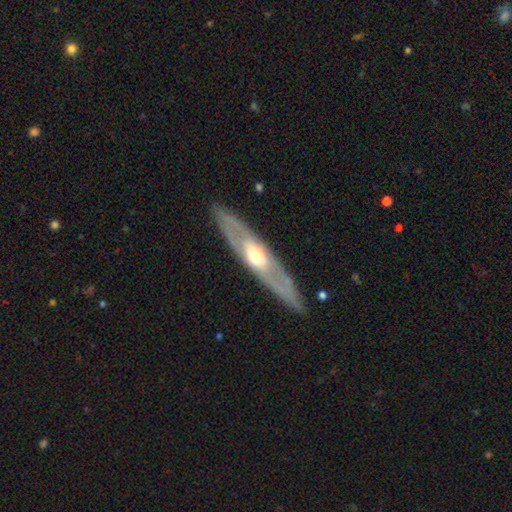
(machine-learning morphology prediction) Smooth or featured?
  - featured or disk: 75% *
  - smooth: 20%
  - star or artifact: 4%
Edge-on disk?
  - no: 51% *
  - yes: 49%
Merging?
  - none: 86% *
  - minor disturbance: 9%
  - major disturbance: 3%
  - merger: 1%